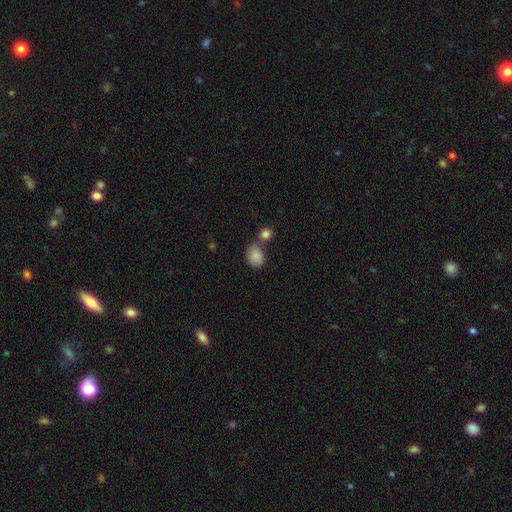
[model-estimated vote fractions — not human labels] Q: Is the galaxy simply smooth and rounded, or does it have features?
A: smooth — 87%.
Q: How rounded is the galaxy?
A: round — 50%.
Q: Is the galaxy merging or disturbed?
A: none — 55%.